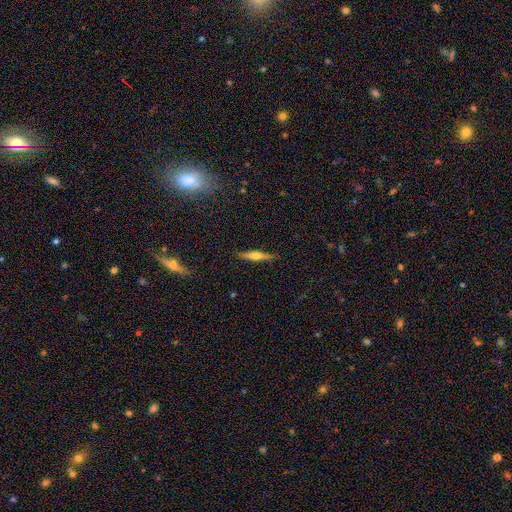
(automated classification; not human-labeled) smooth_or_featured: featured or disk (p=0.48) [alt: smooth p=0.46]
merging: none (p=0.89) [alt: minor disturbance p=0.08]